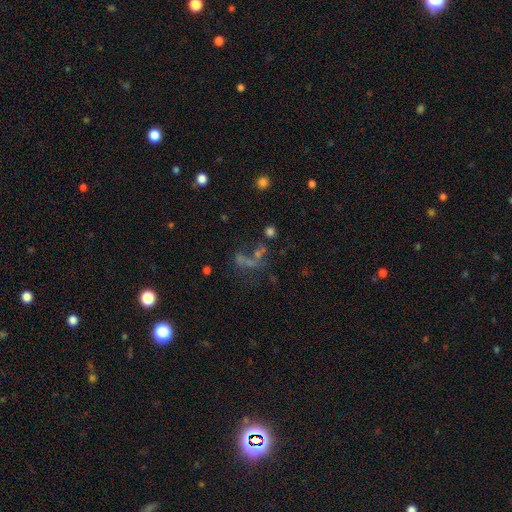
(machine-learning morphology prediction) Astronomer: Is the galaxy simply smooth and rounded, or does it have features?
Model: star or artifact — 41% (runner-up: featured or disk, 30%).